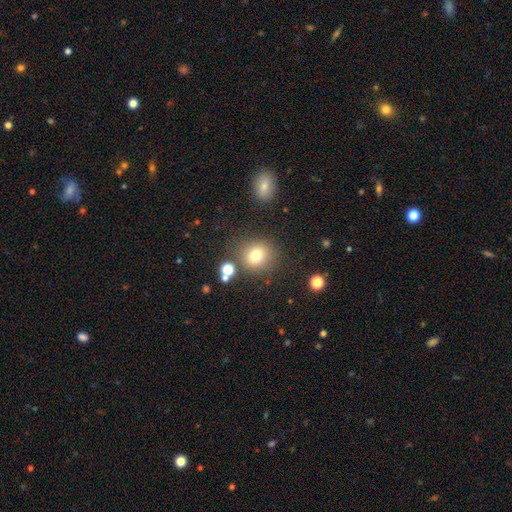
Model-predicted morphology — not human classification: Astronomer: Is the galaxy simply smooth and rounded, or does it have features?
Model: smooth — 75%.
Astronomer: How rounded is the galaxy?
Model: round — 84%.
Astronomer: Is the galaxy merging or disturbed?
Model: none — 78%.